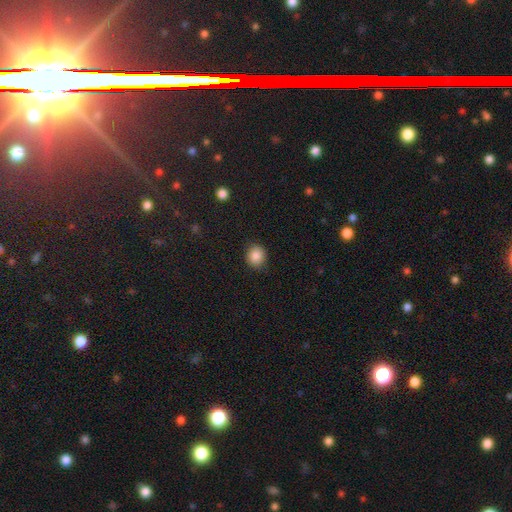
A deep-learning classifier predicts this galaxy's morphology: A smooth galaxy with no disk features (86%) that is round (80%). Merging: none (88%).